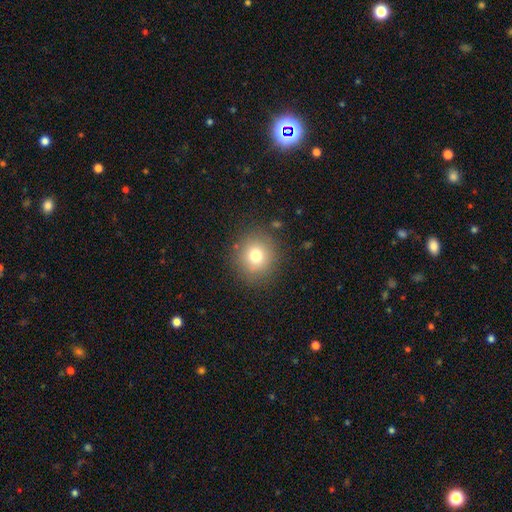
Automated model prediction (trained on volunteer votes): The model was most divided on "smooth or featured": smooth: 76%, star or artifact: 13%, featured or disk: 11%. More confident: how rounded — round (88%); merging — none (86%).